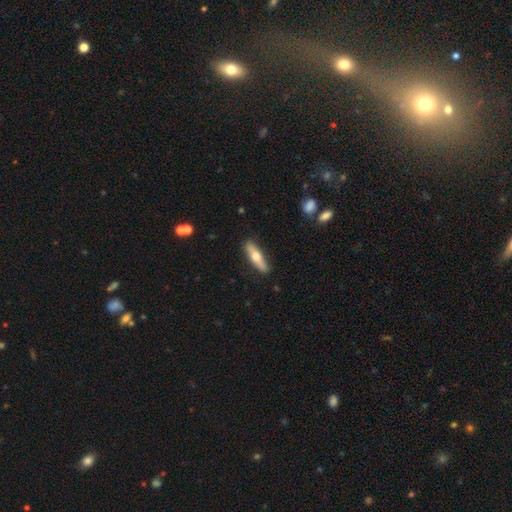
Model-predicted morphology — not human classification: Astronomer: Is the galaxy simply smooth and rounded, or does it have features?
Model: smooth — 52% (runner-up: featured or disk, 43%).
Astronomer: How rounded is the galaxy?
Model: cigar-shaped — 69%.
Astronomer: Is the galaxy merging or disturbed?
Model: none — 87%.